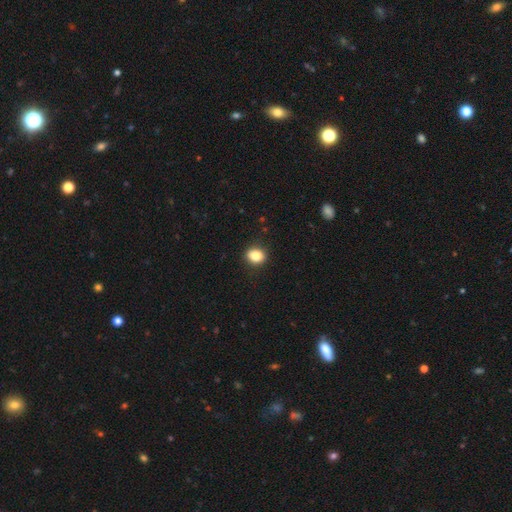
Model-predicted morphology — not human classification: A smooth galaxy with no disk features (85%) that is round (53%). Merging: none (89%).